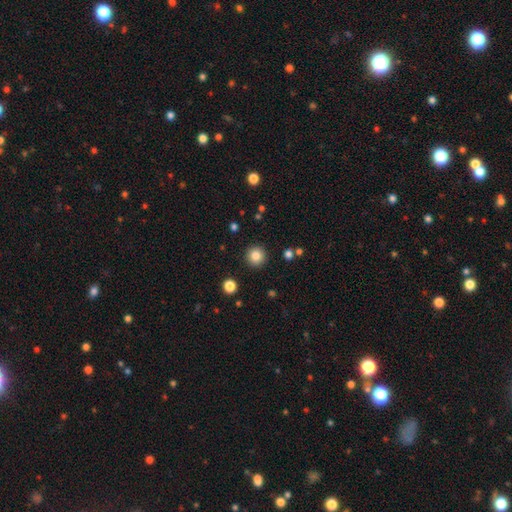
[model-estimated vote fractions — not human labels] Morphology: type=smooth (84%); roundness=round (95%); merging=none (92%).